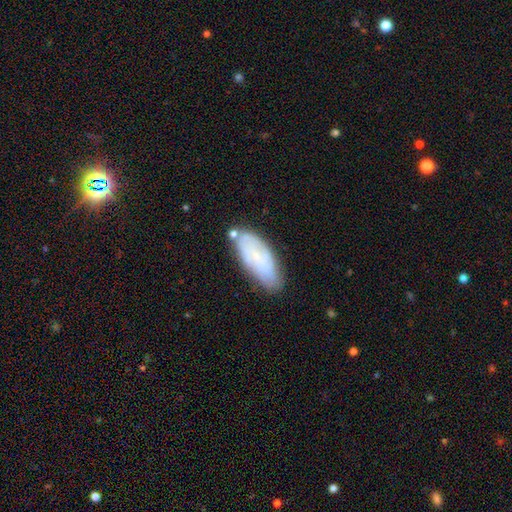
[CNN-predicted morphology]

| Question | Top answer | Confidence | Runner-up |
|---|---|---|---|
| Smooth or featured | smooth | 49% | featured or disk (42%) |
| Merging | none | 68% | minor disturbance (21%) |